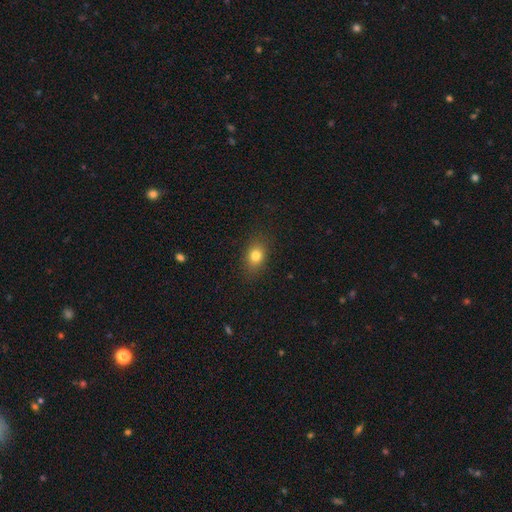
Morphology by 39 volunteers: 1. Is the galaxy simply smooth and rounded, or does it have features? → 85% smooth, 8% featured or disk, 8% star or artifact.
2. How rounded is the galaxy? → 58% in between, 36% round, 6% cigar-shaped.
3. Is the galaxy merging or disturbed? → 89% none, 6% minor disturbance, 6% major disturbance, 0% merger.